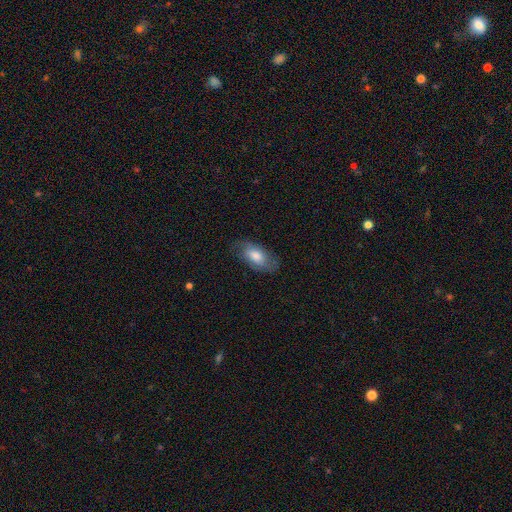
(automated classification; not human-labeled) Smooth or featured? smooth (64%)
How rounded? in between (91%)
Merging? none (73%)